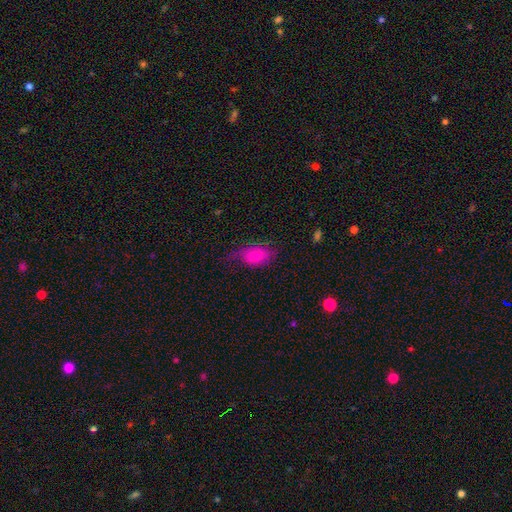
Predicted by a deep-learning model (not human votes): A smooth galaxy with no disk features (77%) that is in between round and cigar-shaped (89%).

Vote fractions:
- Smooth or featured? smooth: 77% / featured or disk: 15% / star or artifact: 8%
- How rounded? in between: 89% / round: 9% / cigar-shaped: 2%
- Merging? none: 41% / minor disturbance: 34% / major disturbance: 23% / merger: 2%